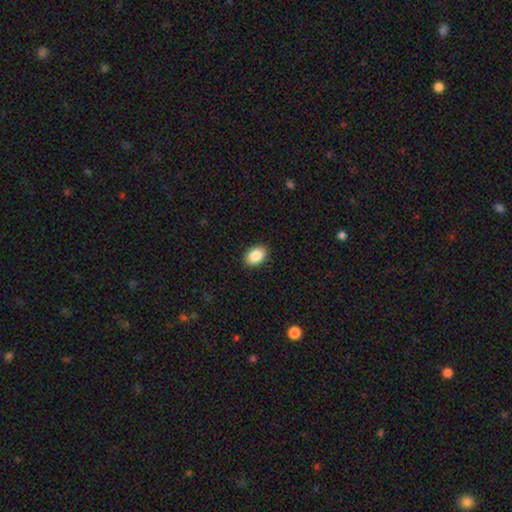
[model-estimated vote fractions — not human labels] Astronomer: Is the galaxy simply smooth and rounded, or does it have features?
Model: smooth — 88%.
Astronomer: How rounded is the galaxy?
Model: in between — 83%.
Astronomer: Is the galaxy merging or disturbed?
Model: none — 90%.